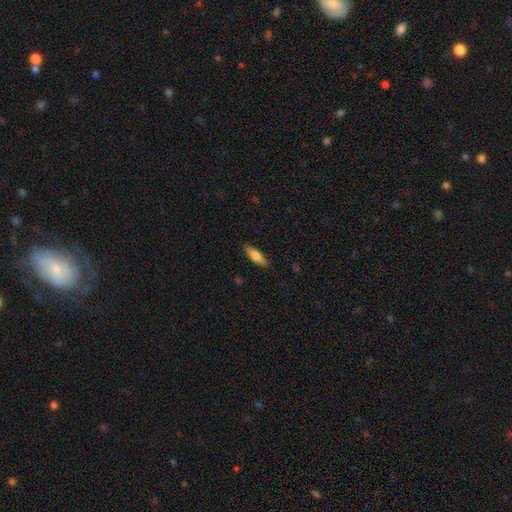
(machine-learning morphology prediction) Q: Smooth or featured?
A: smooth (71%); runner-up: featured or disk (23%)
Q: How rounded?
A: cigar-shaped (51%); runner-up: in between (47%)
Q: Merging?
A: none (87%); runner-up: minor disturbance (10%)